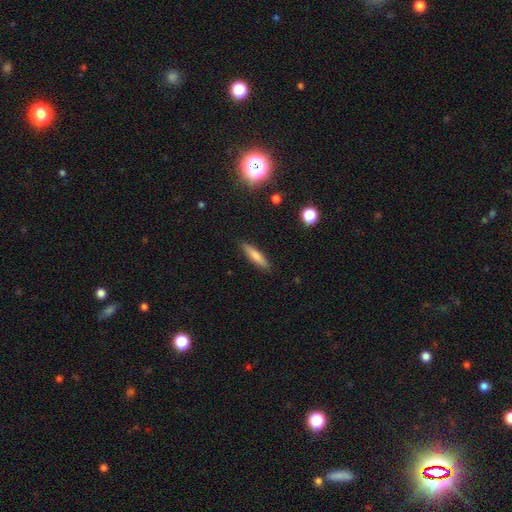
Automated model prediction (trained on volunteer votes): Q: Smooth or featured?
A: smooth (74%); runner-up: featured or disk (19%)
Q: How rounded?
A: cigar-shaped (76%); runner-up: in between (22%)
Q: Merging?
A: none (88%); runner-up: minor disturbance (8%)